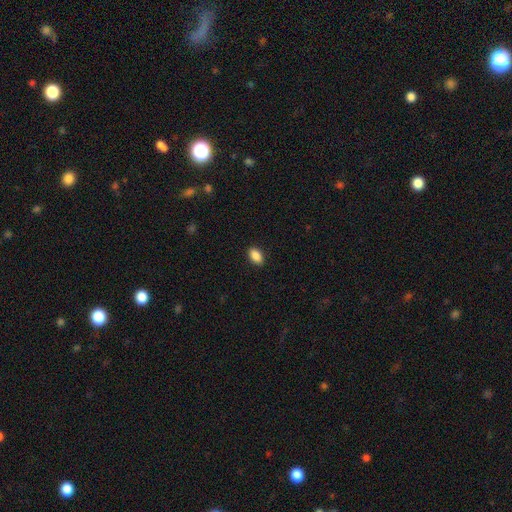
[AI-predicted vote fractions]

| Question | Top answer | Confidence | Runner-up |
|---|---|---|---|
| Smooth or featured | smooth | 89% | star or artifact (8%) |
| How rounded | in between | 90% | round (8%) |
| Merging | none | 90% | minor disturbance (8%) |